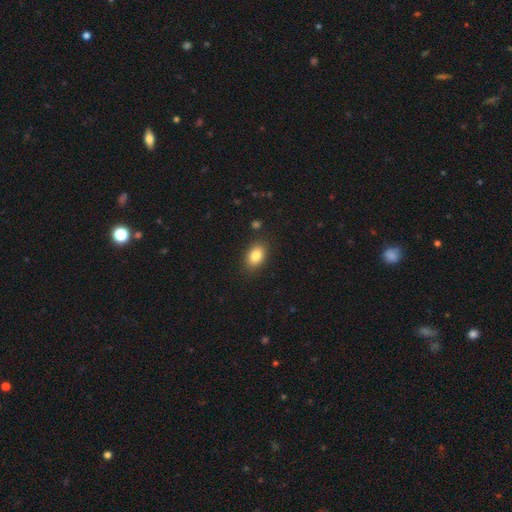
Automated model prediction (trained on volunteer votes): Smooth or featured: smooth — 84% (star or artifact — 8%)
How rounded: in between — 84% (round — 14%)
Merging: none — 86% (minor disturbance — 10%)